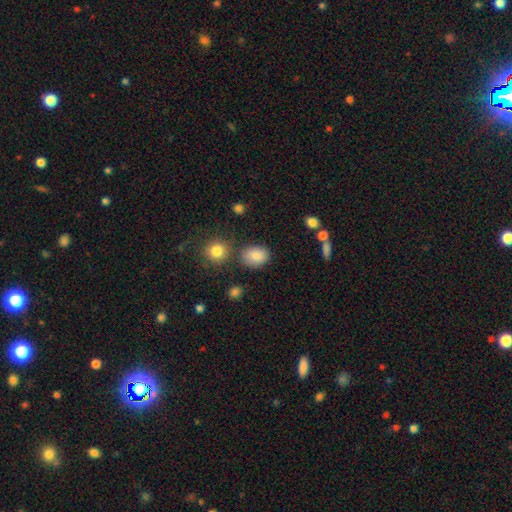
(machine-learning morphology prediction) smooth 84%, star or artifact 10%, featured or disk 6%. Down the decision tree: how rounded — in between (60%); merging — none (78%).